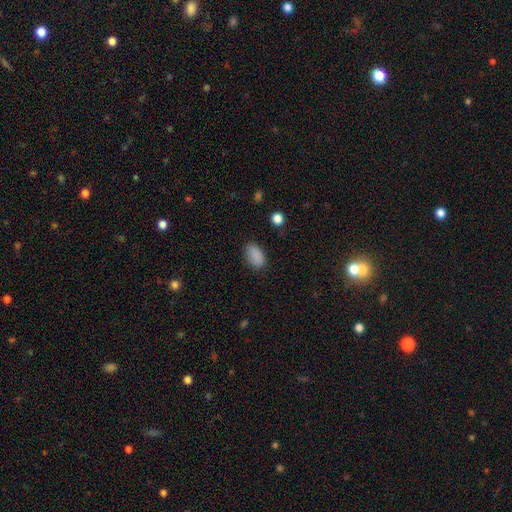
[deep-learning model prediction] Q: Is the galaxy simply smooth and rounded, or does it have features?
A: smooth — 88%.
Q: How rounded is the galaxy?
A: in between — 91%.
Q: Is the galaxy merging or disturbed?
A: none — 83%.